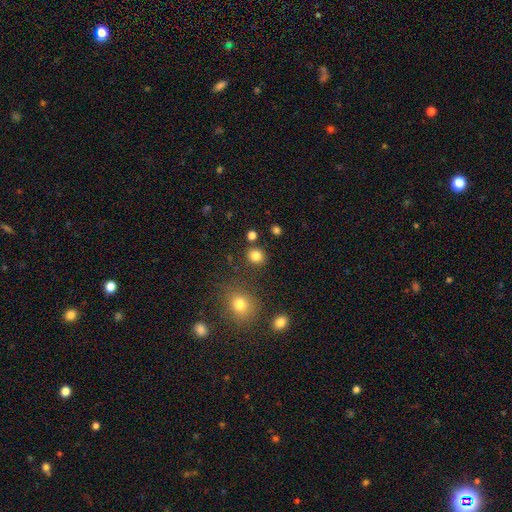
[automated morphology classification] Smooth or featured? smooth (82%)
How rounded? round (82%)
Merging? none (84%)